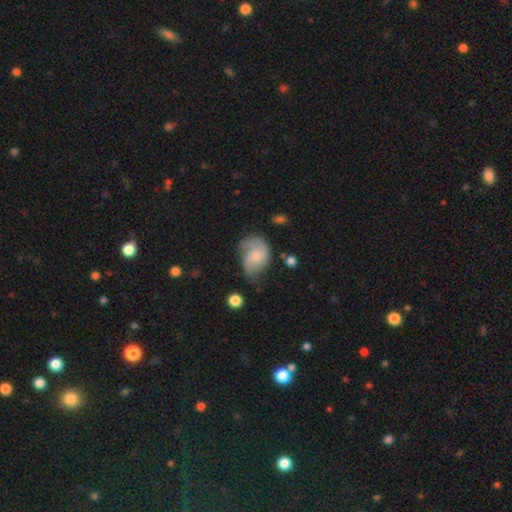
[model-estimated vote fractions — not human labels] A smooth galaxy with no disk features (58%) that is in between round and cigar-shaped (69%).

Vote fractions:
- Smooth or featured? smooth: 58% / featured or disk: 34% / star or artifact: 8%
- How rounded? in between: 69% / round: 30% / cigar-shaped: 1%
- Merging? minor disturbance: 40% / none: 32% / major disturbance: 24% / merger: 5%